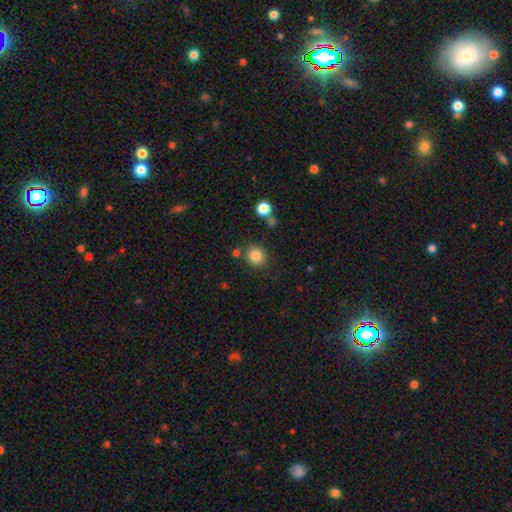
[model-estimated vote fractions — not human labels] smooth_or_featured: smooth (p=0.84) [alt: star or artifact p=0.11]
how_rounded: round (p=0.88) [alt: in between p=0.11]
merging: none (p=0.81) [alt: minor disturbance p=0.09]